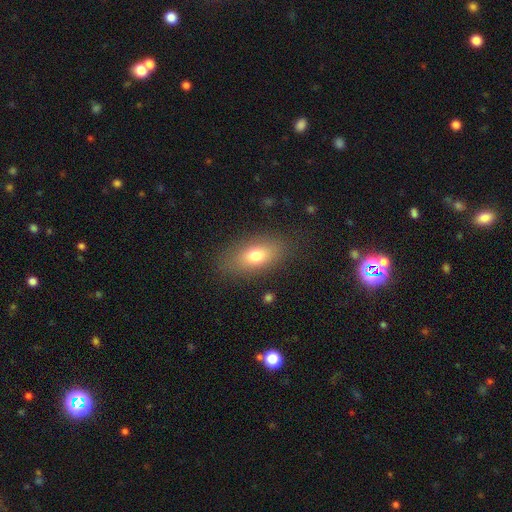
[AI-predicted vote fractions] Smooth or featured? Predicted: smooth (p=0.74). How rounded? Predicted: in between (p=0.84). Merging? Predicted: none (p=0.82).